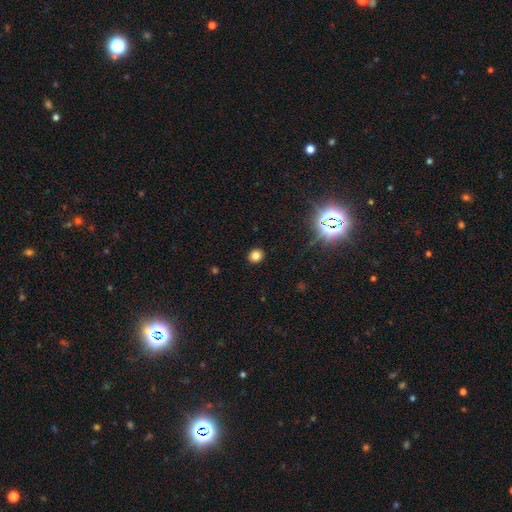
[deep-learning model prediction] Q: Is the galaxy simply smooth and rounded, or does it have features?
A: smooth — 80%.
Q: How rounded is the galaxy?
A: round — 80%.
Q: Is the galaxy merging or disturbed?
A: none — 91%.